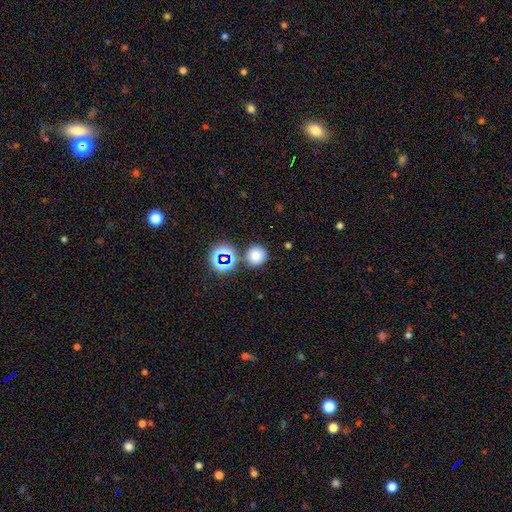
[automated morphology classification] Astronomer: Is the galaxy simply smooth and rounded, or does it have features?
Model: smooth — 72%.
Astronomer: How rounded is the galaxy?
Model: round — 89%.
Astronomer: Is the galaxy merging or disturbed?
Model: none — 78%.